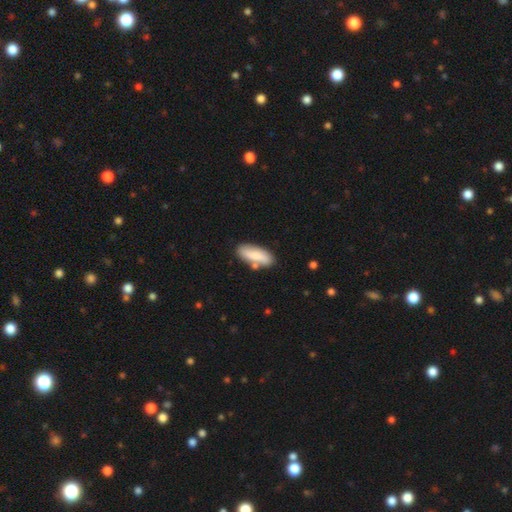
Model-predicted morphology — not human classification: Smooth or featured?
  - smooth: 77% *
  - featured or disk: 17%
  - star or artifact: 6%
How rounded?
  - in between: 70% *
  - cigar-shaped: 28%
  - round: 2%
Merging?
  - none: 74% *
  - minor disturbance: 14%
  - merger: 9%
  - major disturbance: 3%